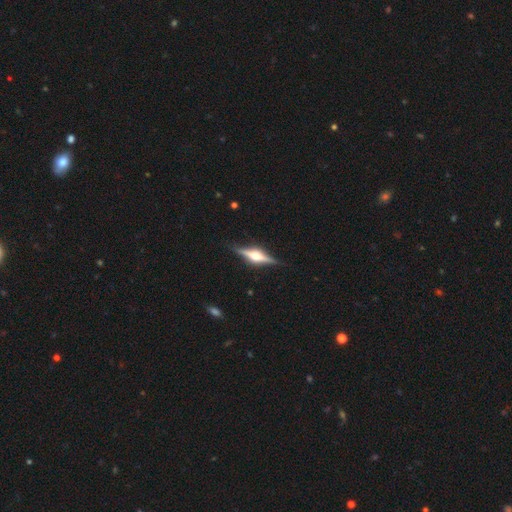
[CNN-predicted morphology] Smooth or featured?
  - featured or disk: 81% *
  - smooth: 13%
  - star or artifact: 5%
Edge-on disk?
  - yes: 98% *
  - no: 2%
Edge-on bulge?
  - rounded: 92% *
  - boxy: 6%
  - none: 2%
Merging?
  - none: 88% *
  - minor disturbance: 8%
  - major disturbance: 2%
  - merger: 1%